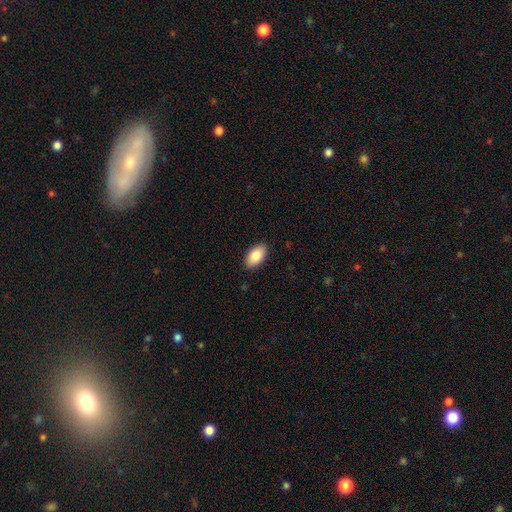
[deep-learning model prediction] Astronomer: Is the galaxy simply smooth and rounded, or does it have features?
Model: smooth — 85%.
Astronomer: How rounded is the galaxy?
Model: in between — 95%.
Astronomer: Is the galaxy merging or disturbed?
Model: none — 89%.